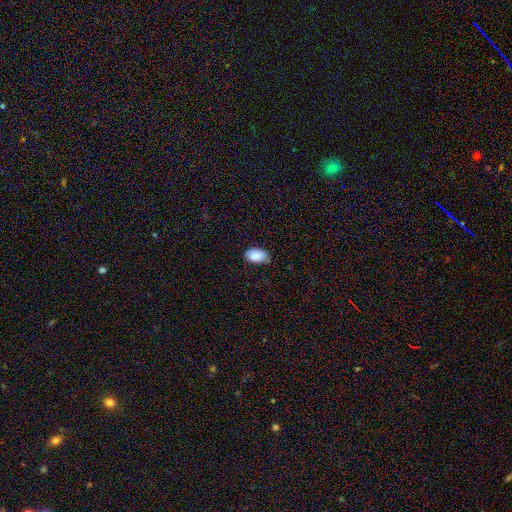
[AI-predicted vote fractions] Smooth or featured? Predicted: smooth (p=0.87). How rounded? Predicted: in between (p=0.92). Merging? Predicted: none (p=0.71).